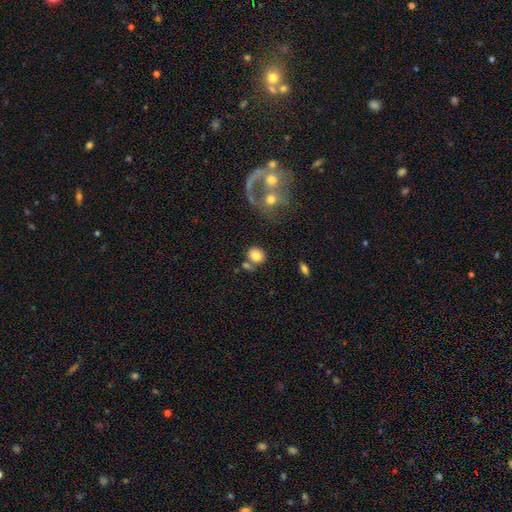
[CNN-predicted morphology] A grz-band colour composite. It shows a smooth galaxy with no disk features (80%) that is round (72%). Merging: none (61%).